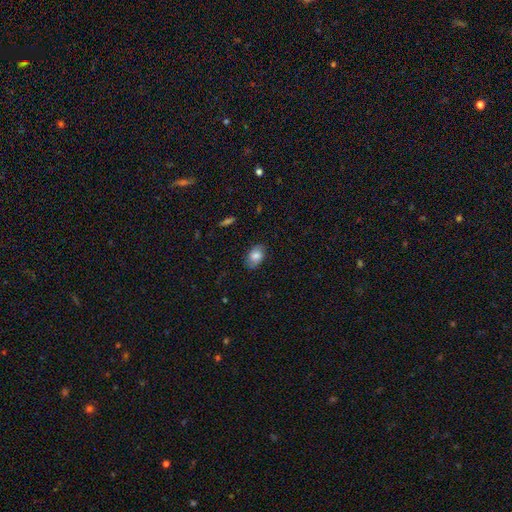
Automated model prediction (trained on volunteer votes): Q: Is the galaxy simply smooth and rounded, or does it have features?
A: smooth — 75%.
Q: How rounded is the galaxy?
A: in between — 88%.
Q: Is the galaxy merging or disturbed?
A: none — 82%.